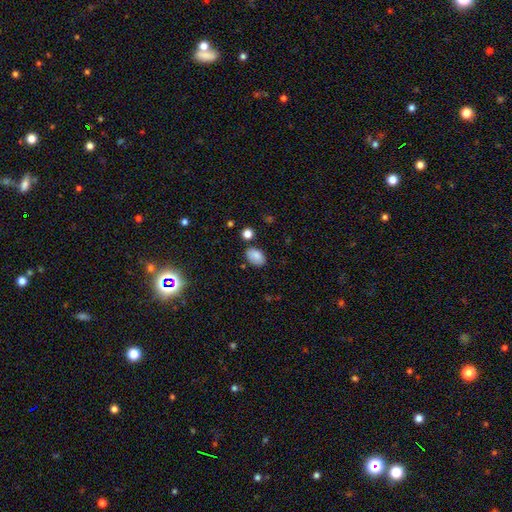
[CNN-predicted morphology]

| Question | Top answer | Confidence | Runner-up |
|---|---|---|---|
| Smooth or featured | smooth | 85% | star or artifact (9%) |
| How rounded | in between | 90% | round (9%) |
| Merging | none | 80% | minor disturbance (13%) |